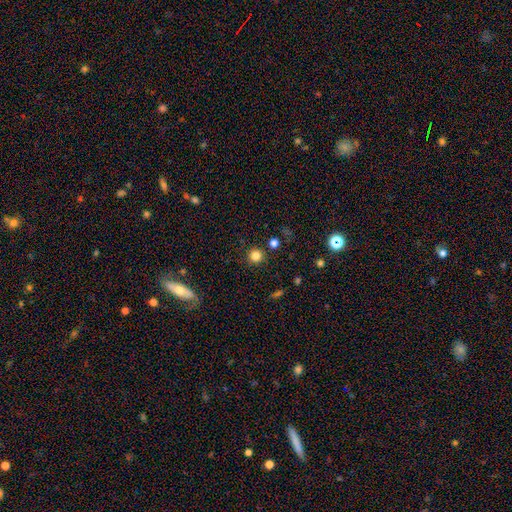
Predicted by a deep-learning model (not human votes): Smooth or featured?
  - smooth: 81% *
  - star or artifact: 13%
  - featured or disk: 5%
How rounded?
  - round: 94% *
  - in between: 5%
  - cigar-shaped: 1%
Merging?
  - none: 88% *
  - minor disturbance: 7%
  - merger: 3%
  - major disturbance: 2%